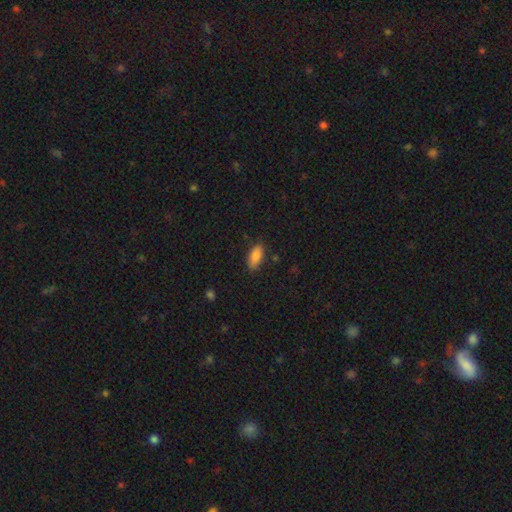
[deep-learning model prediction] smooth_or_featured: smooth (p=0.87) [alt: star or artifact p=0.07]
how_rounded: in between (p=0.87) [alt: cigar-shaped p=0.10]
merging: none (p=0.82) [alt: minor disturbance p=0.13]